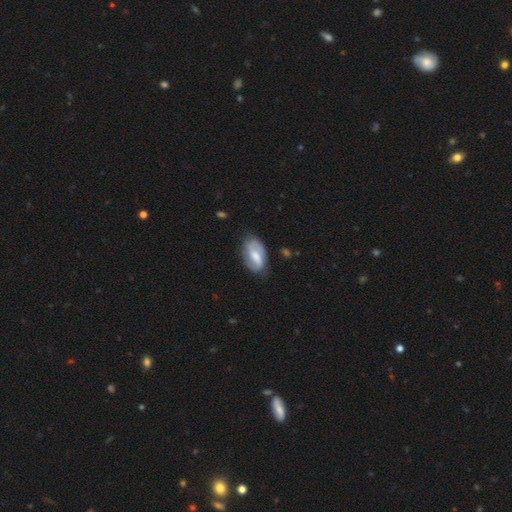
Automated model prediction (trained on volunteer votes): A featured or disk galaxy (53%) with a weak bar (49%), spiral arms (81%) and a moderate central bulge (50%).

Vote fractions:
- Smooth or featured? featured or disk: 53% / smooth: 41% / star or artifact: 6%
- Edge-on disk? no: 95% / yes: 5%
- Bar? weak: 49% / no: 30% / strong: 20%
- Spiral arms? yes: 81% / no: 19%
- Bulge size? moderate: 50% / small: 33% / large: 9% / none: 8% / dominant: 1%
- Merging? none: 70% / minor disturbance: 22% / major disturbance: 6% / merger: 2%